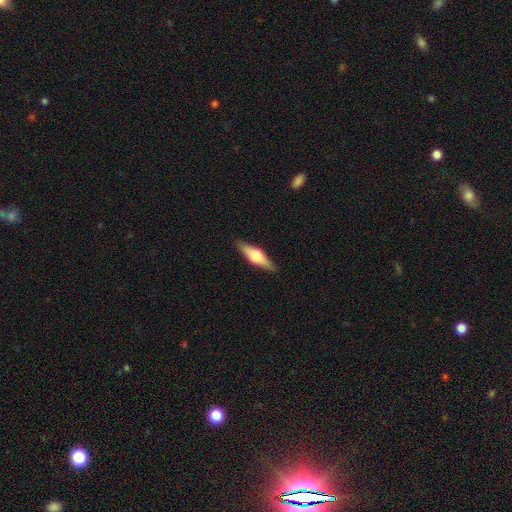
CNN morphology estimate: Smooth or featured? Predicted: featured or disk (p=0.60). Edge-on disk? Predicted: yes (p=0.95). Edge-on bulge? Predicted: rounded (p=0.92). Merging? Predicted: none (p=0.89).